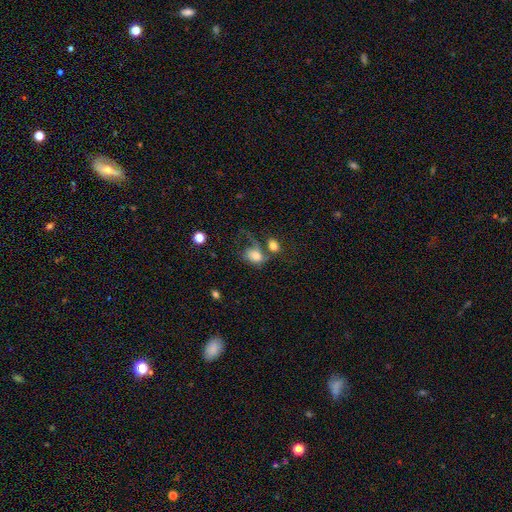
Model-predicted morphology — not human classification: smooth 64%, featured or disk 26%, star or artifact 10%. Down the decision tree: how rounded — in between (64%); merging — merger (37%).